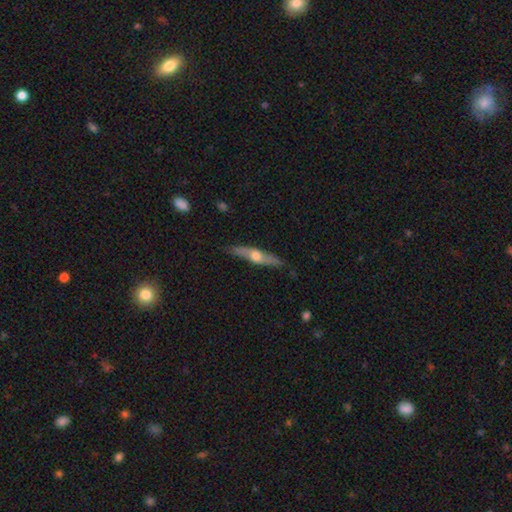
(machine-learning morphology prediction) A featured or disk galaxy (66%) viewed edge-on (92%) with a rounded central bulge (93%).

Vote fractions:
- Smooth or featured? featured or disk: 66% / smooth: 29% / star or artifact: 6%
- Edge-on disk? yes: 92% / no: 8%
- Edge-on bulge? rounded: 93% / none: 5% / boxy: 3%
- Merging? none: 86% / minor disturbance: 11% / major disturbance: 2% / merger: 1%